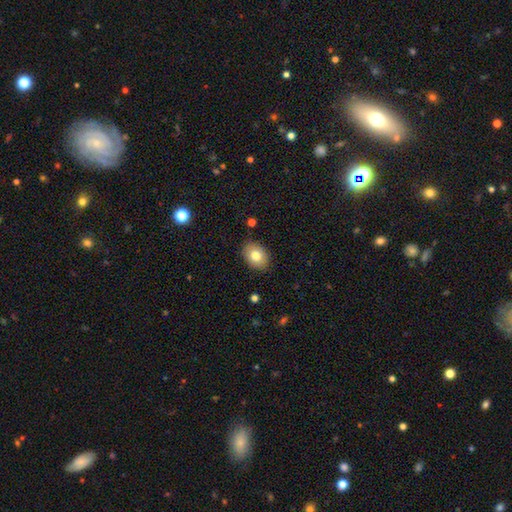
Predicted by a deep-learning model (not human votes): Smooth or featured? Predicted: smooth (p=0.79). How rounded? Predicted: in between (p=0.70). Merging? Predicted: none (p=0.86).